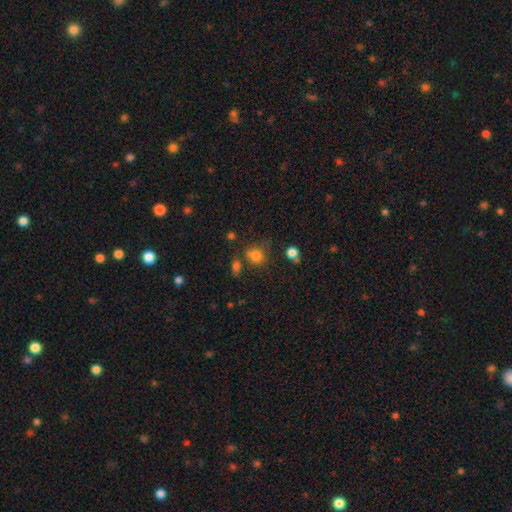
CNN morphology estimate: smooth_or_featured: smooth (p=0.76) [alt: star or artifact p=0.15]
how_rounded: round (p=0.67) [alt: in between p=0.32]
merging: none (p=0.55) [alt: minor disturbance p=0.20]